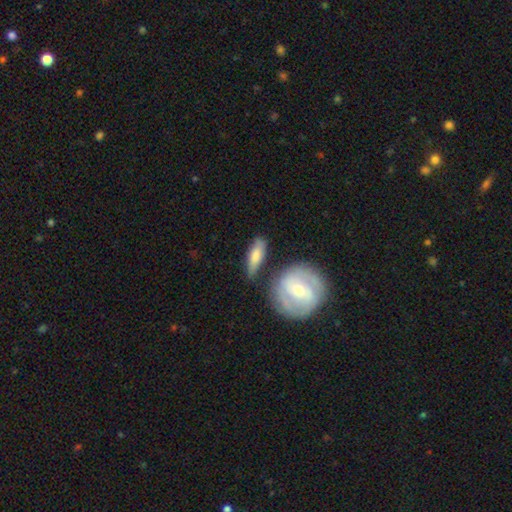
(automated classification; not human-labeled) smooth 66%, featured or disk 28%, star or artifact 6%. Down the decision tree: how rounded — in between (51%); merging — none (66%).